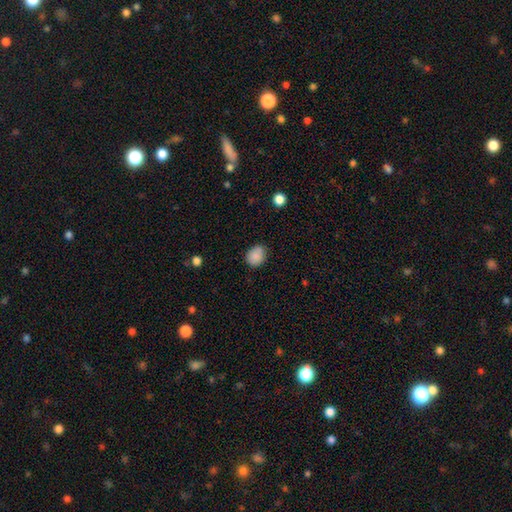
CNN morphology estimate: A smooth galaxy with no disk features (87%) that is round (55%).

Vote fractions:
- Smooth or featured? smooth: 87% / star or artifact: 9% / featured or disk: 4%
- How rounded? round: 55% / in between: 44% / cigar-shaped: 1%
- Merging? none: 75% / minor disturbance: 19% / major disturbance: 4% / merger: 2%